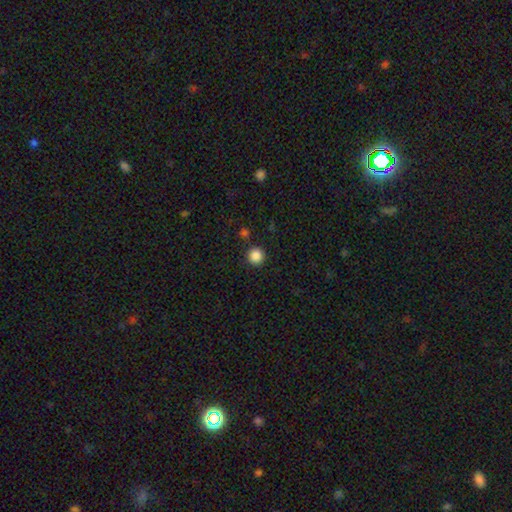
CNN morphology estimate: This is clearly a smooth galaxy (87%). How rounded: clearly round (95%). Merging: clearly none (89%).